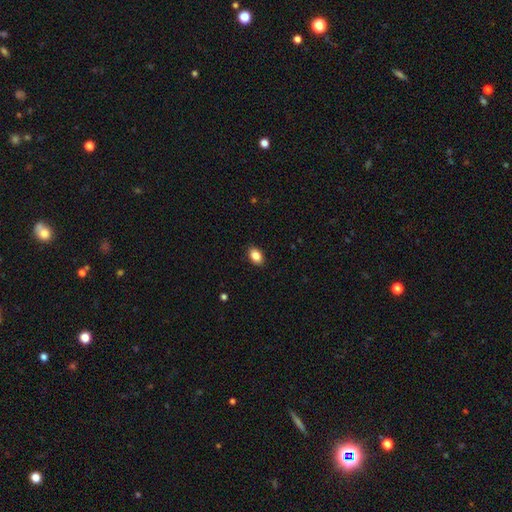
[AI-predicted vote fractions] Overall: smooth (87%). How rounded: in between (86%). Merging: none (89%).